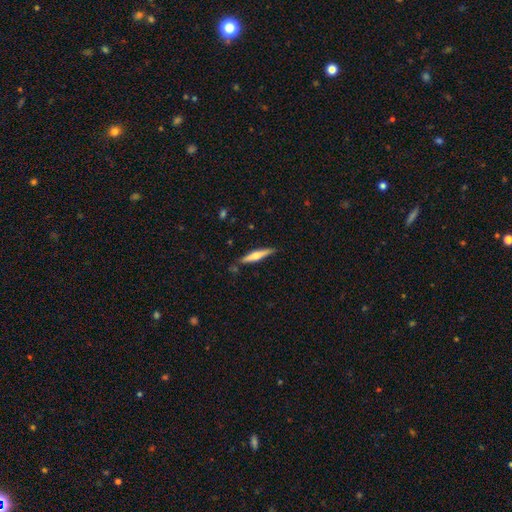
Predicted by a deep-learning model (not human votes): smooth_or_featured: featured or disk (p=0.50) [alt: smooth p=0.45]
merging: none (p=0.85) [alt: minor disturbance p=0.11]